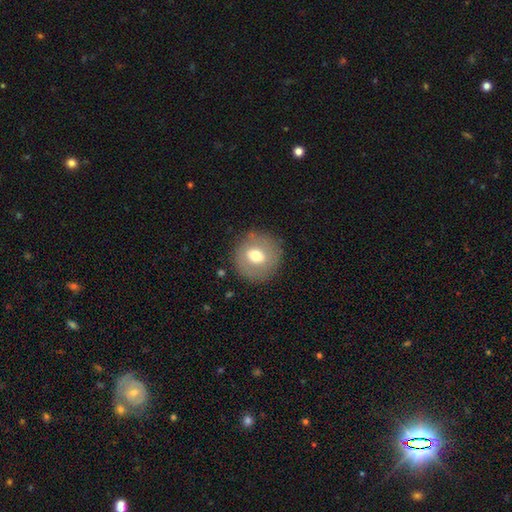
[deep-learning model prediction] A smooth galaxy with no disk features (62%) that is round (89%).

Vote fractions:
- Smooth or featured? smooth: 62% / featured or disk: 30% / star or artifact: 8%
- How rounded? round: 89% / in between: 11% / cigar-shaped: 1%
- Merging? none: 85% / minor disturbance: 10% / major disturbance: 4% / merger: 1%